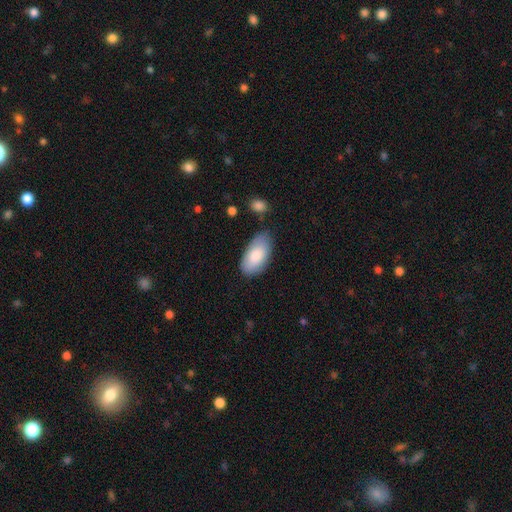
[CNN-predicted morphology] This appears to be a smooth galaxy with no disk features (85%) that is in between round and cigar-shaped (95%). Merging: none (75%).